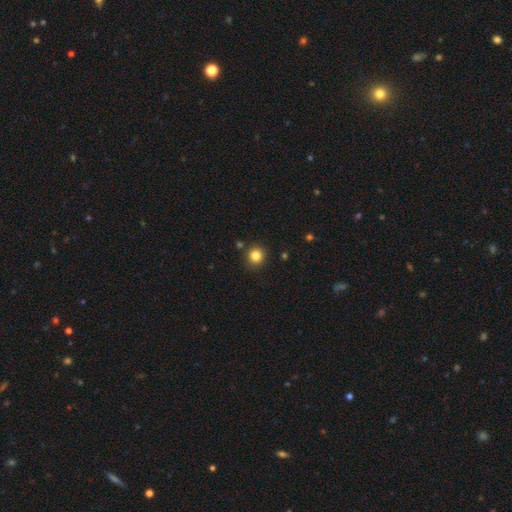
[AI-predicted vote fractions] smooth-or-featured: smooth: 83% | star or artifact: 12% | featured or disk: 5%
  how-rounded: round: 92% | in between: 7% | cigar-shaped: 1%
  merging: none: 88% | minor disturbance: 7% | merger: 3% | major disturbance: 2%